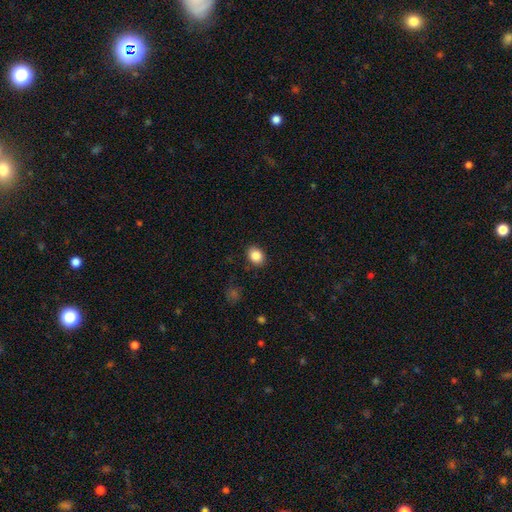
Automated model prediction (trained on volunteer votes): A smooth galaxy with no disk features (86%) that is in between round and cigar-shaped (54%). Merging: none (88%).